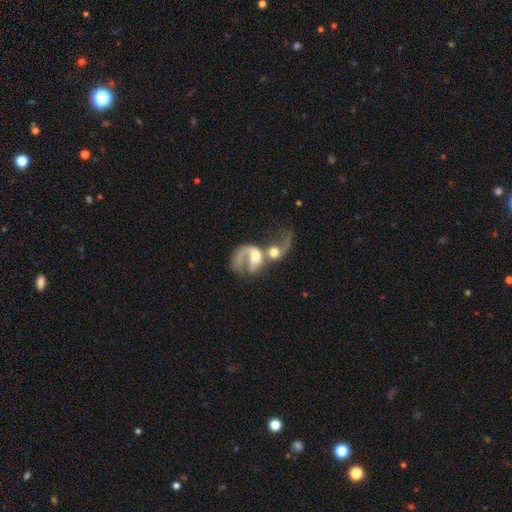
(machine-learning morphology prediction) A featured or disk galaxy (68%) with no bar (64%), 1 (58%) loose (68%) spiral arms (81%) and a moderate central bulge (57%). Merging: merger (75%).